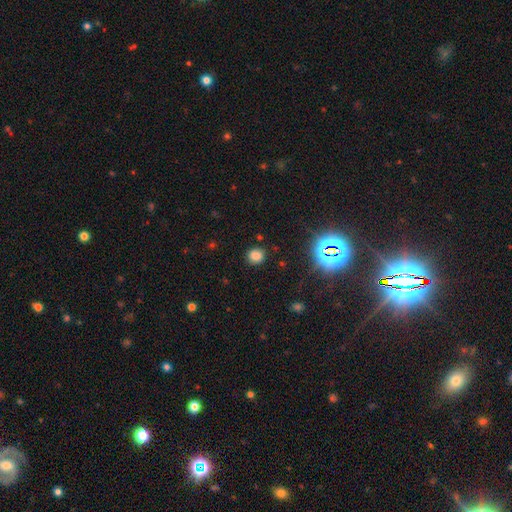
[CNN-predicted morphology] type=smooth (76%); roundness=round (78%); merging=none (86%).